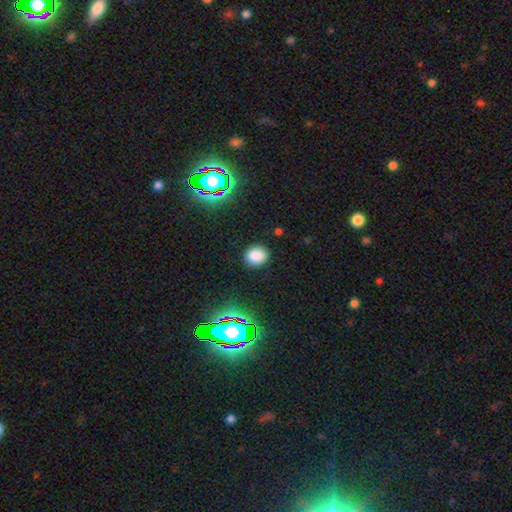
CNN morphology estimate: Smooth or featured?
  - smooth: 81% *
  - star or artifact: 13%
  - featured or disk: 5%
How rounded?
  - round: 68% *
  - in between: 31%
  - cigar-shaped: 1%
Merging?
  - none: 89% *
  - minor disturbance: 8%
  - major disturbance: 2%
  - merger: 1%